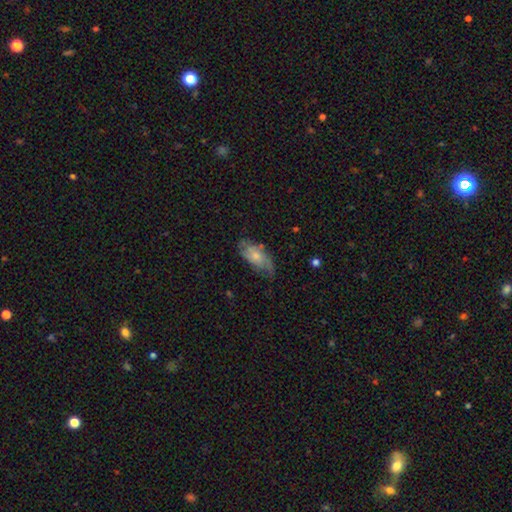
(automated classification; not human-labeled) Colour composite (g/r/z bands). It shows a featured or disk galaxy (49%). Merging: none (53%).